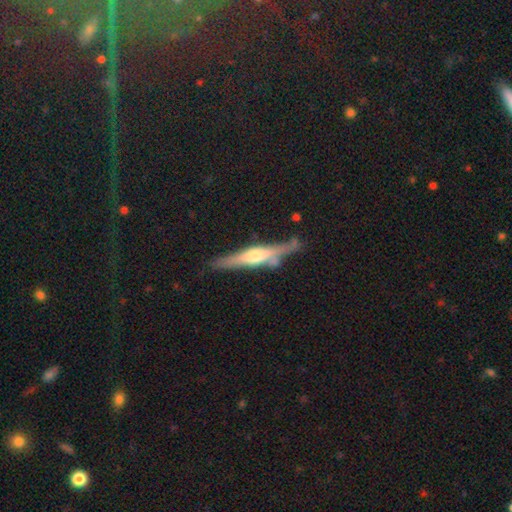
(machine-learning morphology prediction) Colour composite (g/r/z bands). It shows a featured or disk galaxy (70%) viewed edge-on (96%) with a rounded central bulge (79%). Merging: none (74%).